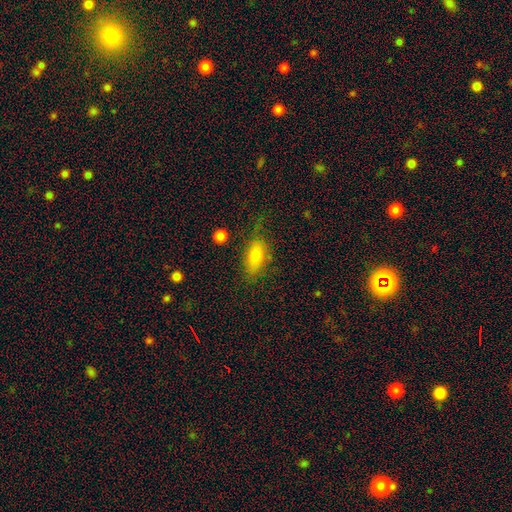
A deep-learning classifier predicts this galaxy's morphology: A smooth galaxy with no disk features (75%) that is in between round and cigar-shaped (81%).

Vote fractions:
- Smooth or featured? smooth: 75% / featured or disk: 15% / star or artifact: 10%
- How rounded? in between: 81% / cigar-shaped: 13% / round: 5%
- Merging? none: 69% / minor disturbance: 21% / major disturbance: 8% / merger: 2%